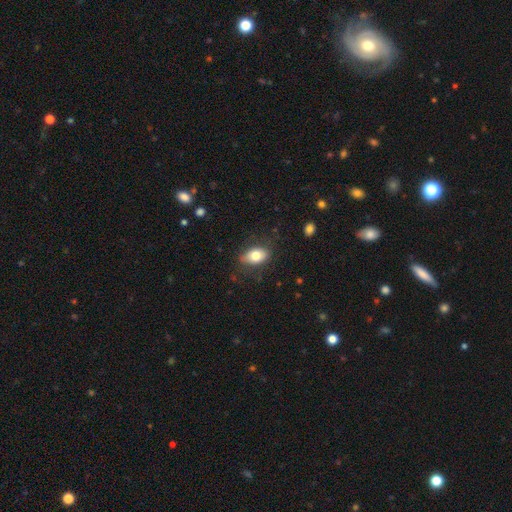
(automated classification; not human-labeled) Smooth or featured: smooth — 77% (featured or disk — 15%)
How rounded: in between — 87% (round — 11%)
Merging: none — 77% (minor disturbance — 16%)